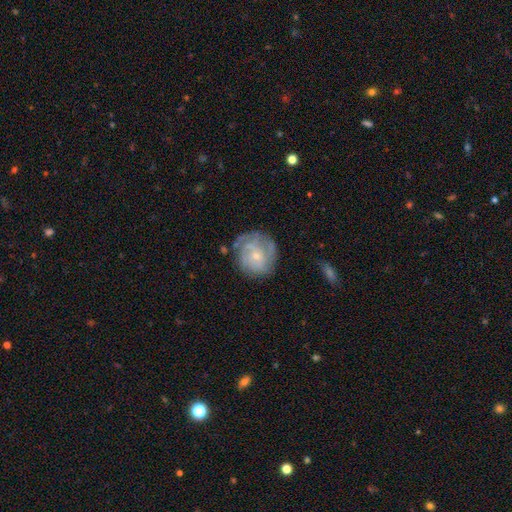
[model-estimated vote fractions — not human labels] Smooth or featured? Predicted: featured or disk (p=0.70). Edge-on disk? Predicted: no (p=0.98). Bar? Predicted: no (p=0.75). Spiral arms? Predicted: yes (p=0.87). Spiral winding? Predicted: tight (p=0.63). Spiral arm count? Predicted: can't tell (p=0.41). Bulge size? Predicted: small (p=0.73). Merging? Predicted: none (p=0.69).